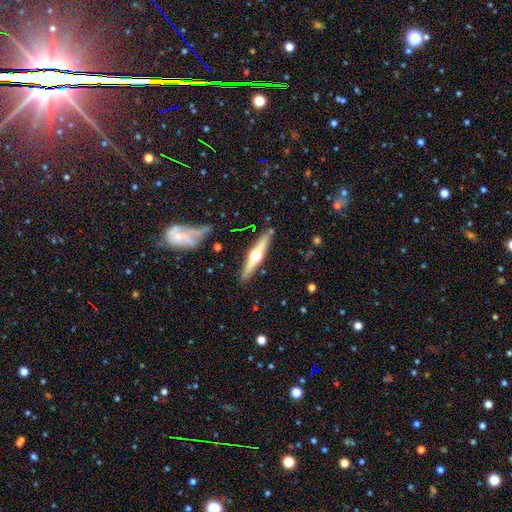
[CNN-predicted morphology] type=featured or disk (75%); edge-on=yes (97%); edge-on bulge=rounded (96%); merging=none (88%).